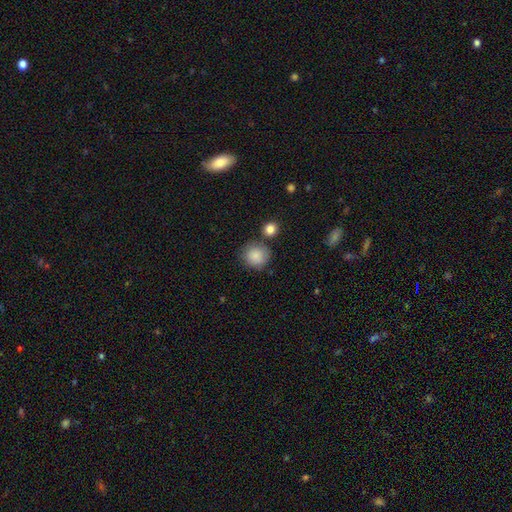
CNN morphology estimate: Smooth or featured? Predicted: smooth (p=0.86). How rounded? Predicted: round (p=0.89). Merging? Predicted: none (p=0.75).